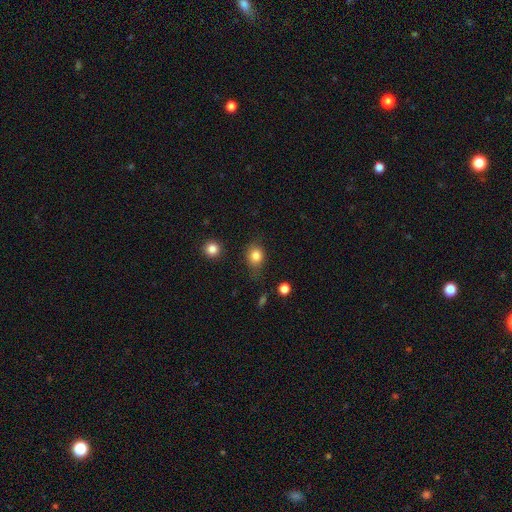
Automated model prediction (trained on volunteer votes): This is clearly a smooth galaxy (83%). How rounded: likely round (61%). Merging: likely none (70%).